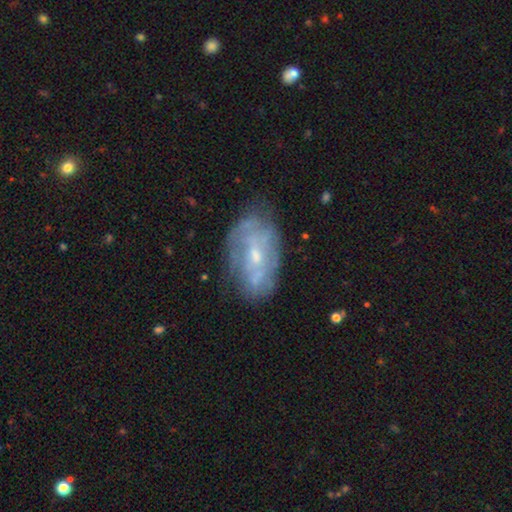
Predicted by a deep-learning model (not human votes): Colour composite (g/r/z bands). It shows a featured or disk galaxy (67%) with no bar (60%), spiral arms (53%) and a small central bulge (56%). Merging: none (65%).